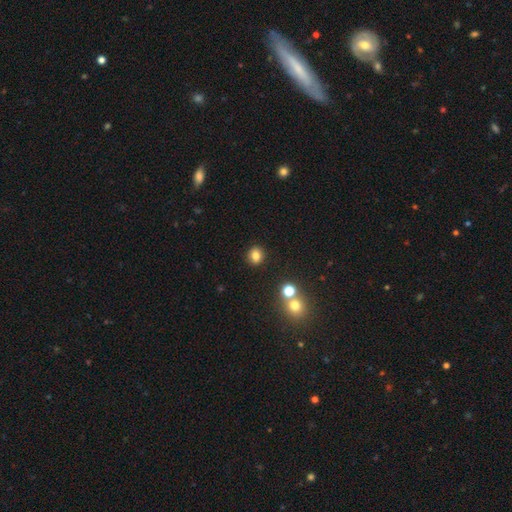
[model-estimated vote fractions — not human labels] smooth-or-featured: smooth: 80% | star or artifact: 13% | featured or disk: 6%
  how-rounded: round: 83% | in between: 16% | cigar-shaped: 1%
  merging: none: 89% | minor disturbance: 6% | merger: 3% | major disturbance: 2%